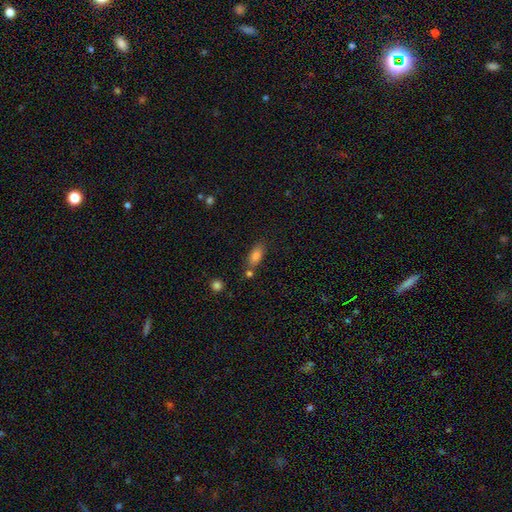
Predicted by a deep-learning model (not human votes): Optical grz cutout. It shows a smooth galaxy with no disk features (83%) that is in between round and cigar-shaped (84%). Merging: none (62%).